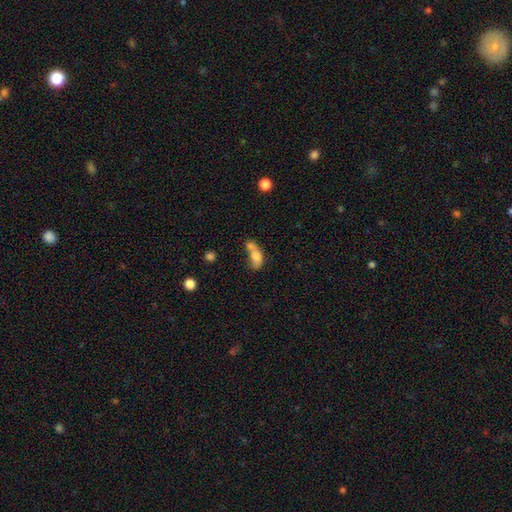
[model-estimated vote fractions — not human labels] smooth-or-featured: smooth: 72% | featured or disk: 18% | star or artifact: 10%
  how-rounded: in between: 76% | round: 16% | cigar-shaped: 8%
  merging: merger: 64% | none: 18% | minor disturbance: 10% | major disturbance: 8%